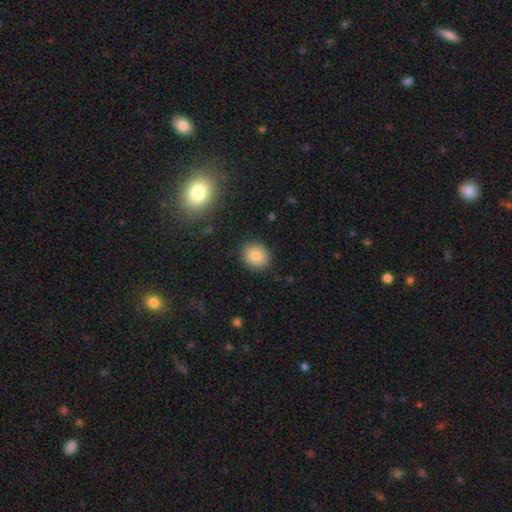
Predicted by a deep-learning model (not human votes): Q: Smooth or featured?
A: smooth (82%); runner-up: star or artifact (10%)
Q: How rounded?
A: round (81%); runner-up: in between (18%)
Q: Merging?
A: none (88%); runner-up: minor disturbance (8%)